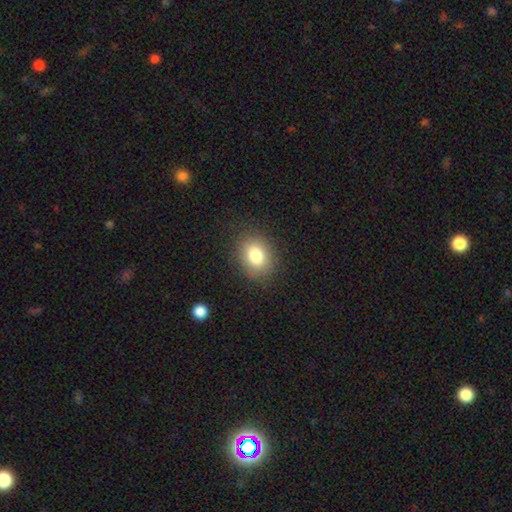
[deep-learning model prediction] This appears to be a smooth galaxy with no disk features (81%) that is in between round and cigar-shaped (62%). Merging: none (85%).